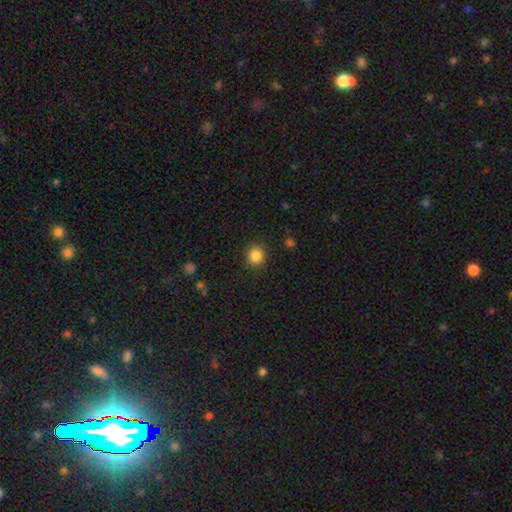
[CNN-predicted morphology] Smooth or featured? Predicted: smooth (p=0.86). How rounded? Predicted: round (p=0.88). Merging? Predicted: none (p=0.89).